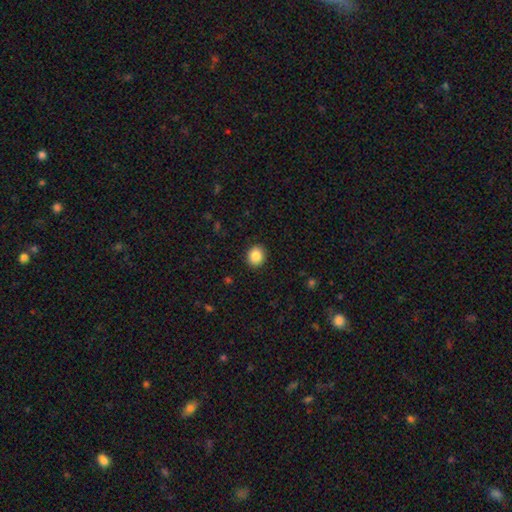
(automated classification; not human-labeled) smooth_or_featured: smooth (p=0.86) [alt: star or artifact p=0.09]
how_rounded: round (p=0.75) [alt: in between p=0.24]
merging: none (p=0.91) [alt: minor disturbance p=0.06]